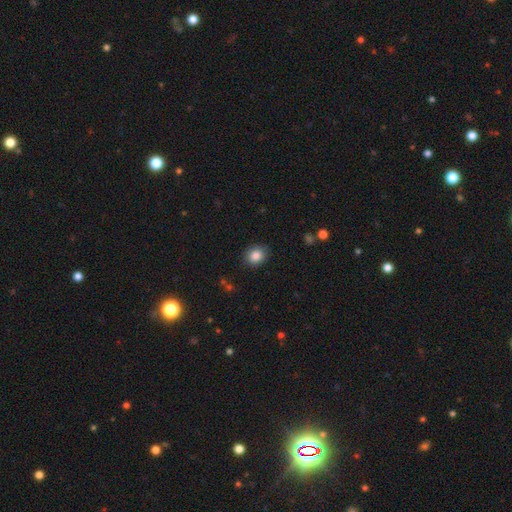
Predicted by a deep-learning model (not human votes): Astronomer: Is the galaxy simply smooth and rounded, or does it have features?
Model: smooth — 85%.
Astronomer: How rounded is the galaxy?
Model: round — 66%.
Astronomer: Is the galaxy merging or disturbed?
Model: none — 87%.